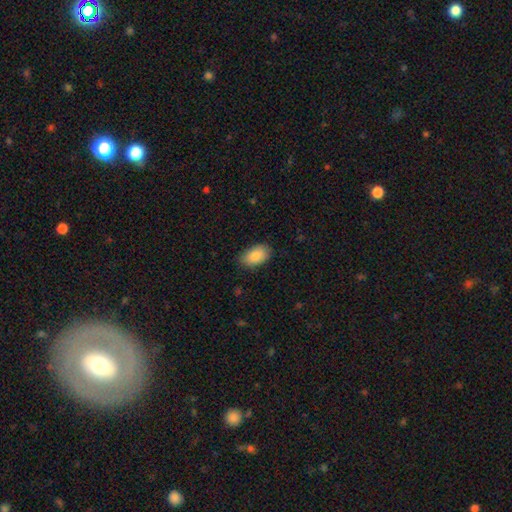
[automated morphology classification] Overall: smooth (86%). How rounded: in between (93%). Merging: none (78%).